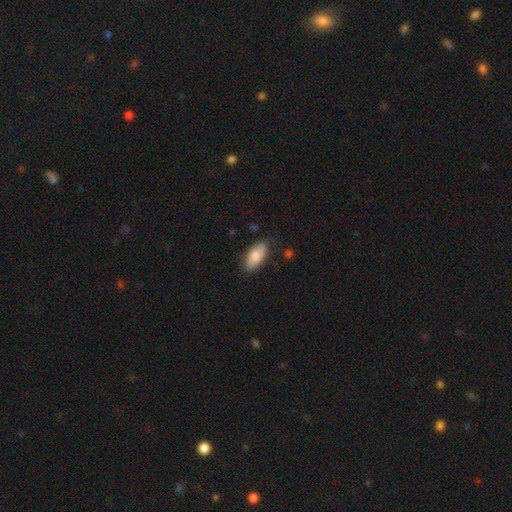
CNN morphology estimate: Smooth or featured: smooth — 80% (featured or disk — 14%)
How rounded: in between — 91% (cigar-shaped — 6%)
Merging: none — 78% (minor disturbance — 17%)